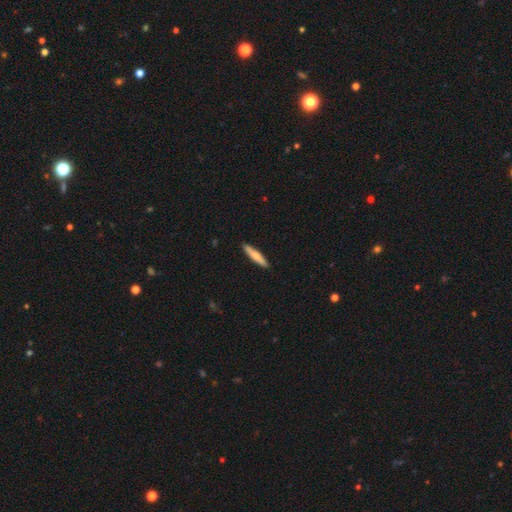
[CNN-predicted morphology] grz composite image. It shows a smooth galaxy with no disk features (61%) that is cigar-shaped (89%). Merging: none (92%).